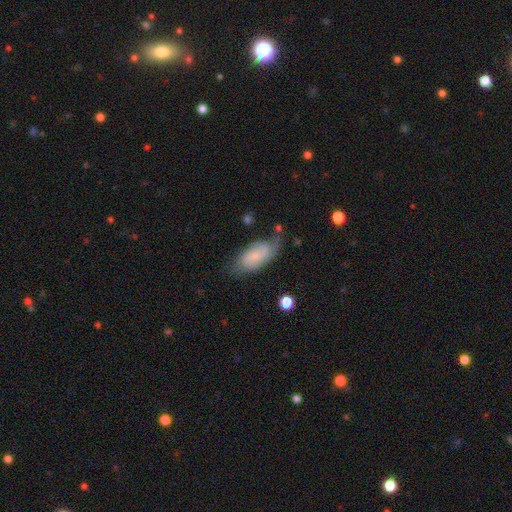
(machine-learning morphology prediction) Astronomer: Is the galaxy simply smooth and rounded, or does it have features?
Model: smooth — 48% (runner-up: featured or disk, 45%).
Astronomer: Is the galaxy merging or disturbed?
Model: none — 55%.